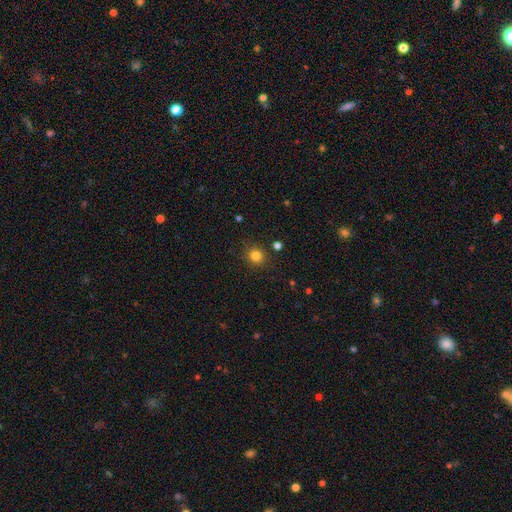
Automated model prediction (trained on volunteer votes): Morphology: type=smooth (82%); roundness=round (86%); merging=none (87%).